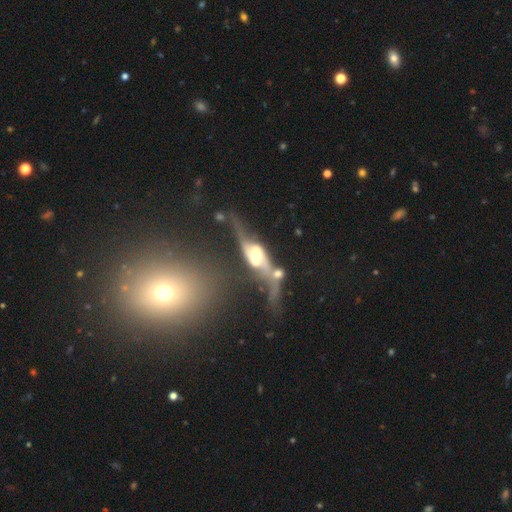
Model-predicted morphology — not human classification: Smooth or featured? Predicted: featured or disk (p=0.83). Edge-on disk? Predicted: no (p=0.71). Bar? Predicted: strong (p=0.38). Spiral arms? Predicted: yes (p=0.87). Spiral winding? Predicted: loose (p=0.80). Spiral arm count? Predicted: 2 (p=0.90). Bulge size? Predicted: moderate (p=0.46). Merging? Predicted: none (p=0.34).